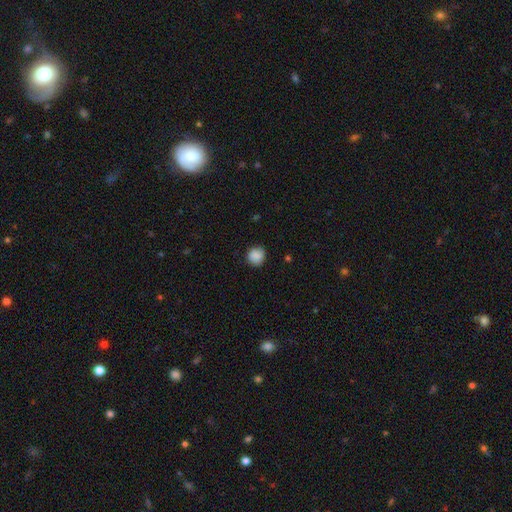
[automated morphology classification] The model was most divided on "merging": none: 85%, minor disturbance: 11%, major disturbance: 3%, merger: 1%. More confident: how rounded — round (89%); smooth or featured — smooth (88%).